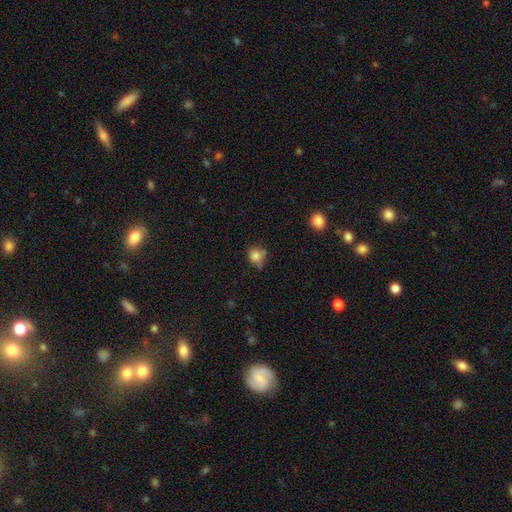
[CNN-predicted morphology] Smooth or featured? smooth (80%)
How rounded? round (78%)
Merging? none (50%)